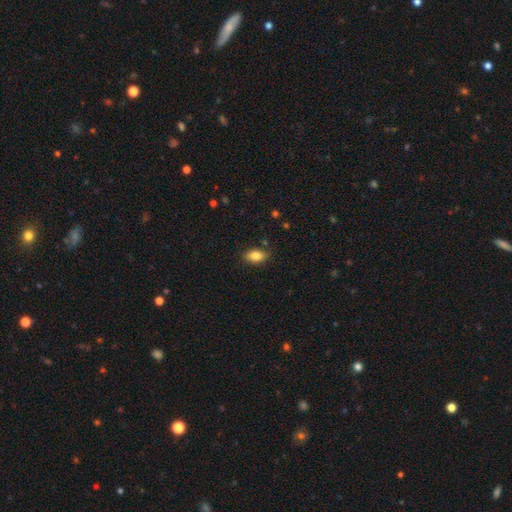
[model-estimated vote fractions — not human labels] A smooth galaxy with no disk features (84%) that is in between round and cigar-shaped (88%).

Vote fractions:
- Smooth or featured? smooth: 84% / star or artifact: 8% / featured or disk: 8%
- How rounded? in between: 88% / round: 7% / cigar-shaped: 4%
- Merging? none: 84% / minor disturbance: 12% / major disturbance: 3% / merger: 2%